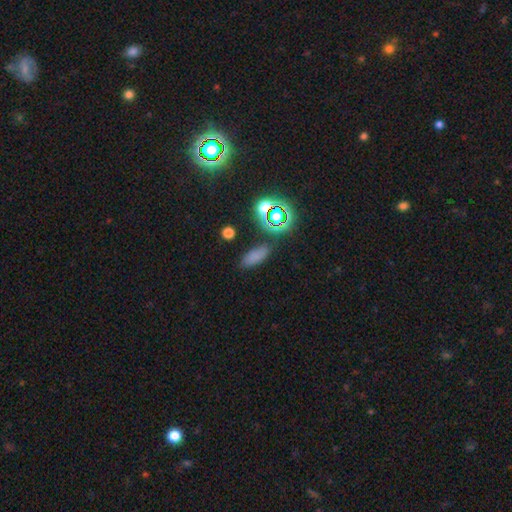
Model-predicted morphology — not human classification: Overall: smooth (71%). How rounded: in between (72%). Merging: none (82%).